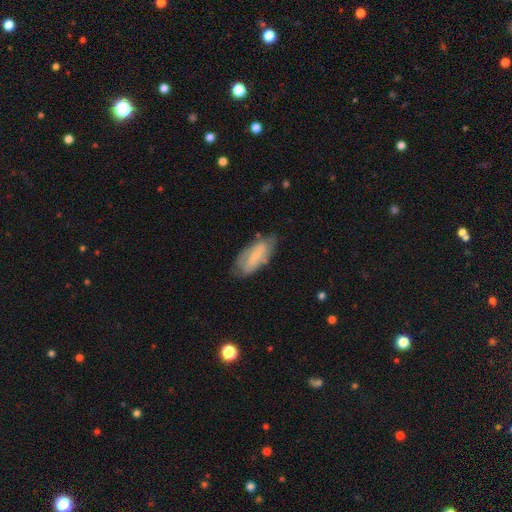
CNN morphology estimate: smooth_or_featured: smooth (p=0.53) [alt: featured or disk p=0.40]
how_rounded: in between (p=0.84) [alt: cigar-shaped p=0.14]
merging: none (p=0.65) [alt: minor disturbance p=0.25]